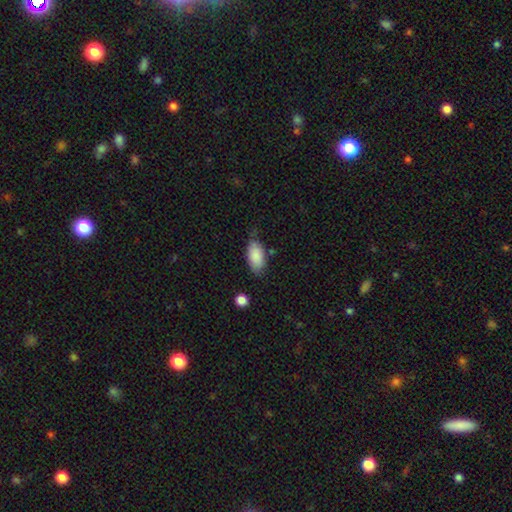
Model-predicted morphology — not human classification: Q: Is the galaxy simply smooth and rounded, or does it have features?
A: smooth — 87%.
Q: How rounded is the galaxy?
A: in between — 93%.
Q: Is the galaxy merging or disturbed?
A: none — 68%.